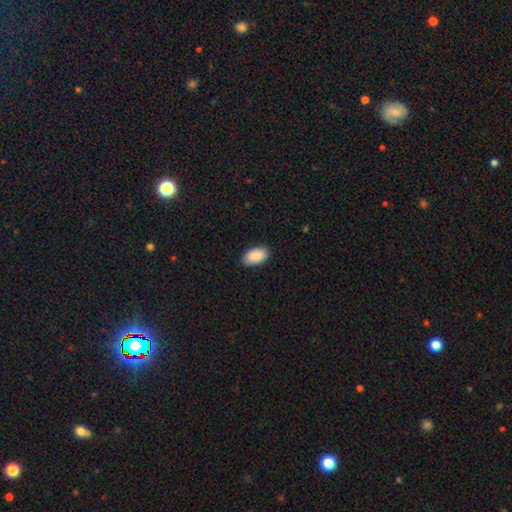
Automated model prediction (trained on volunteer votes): Smooth or featured? Predicted: smooth (p=0.91). How rounded? Predicted: in between (p=0.95). Merging? Predicted: none (p=0.87).